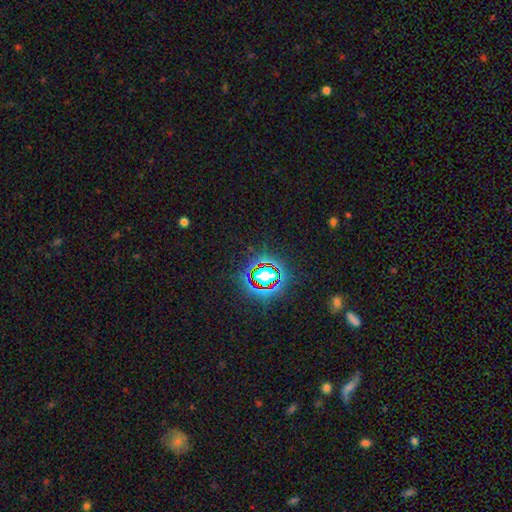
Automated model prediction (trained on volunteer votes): This appears to be a star or artifact, not a galaxy (80%).